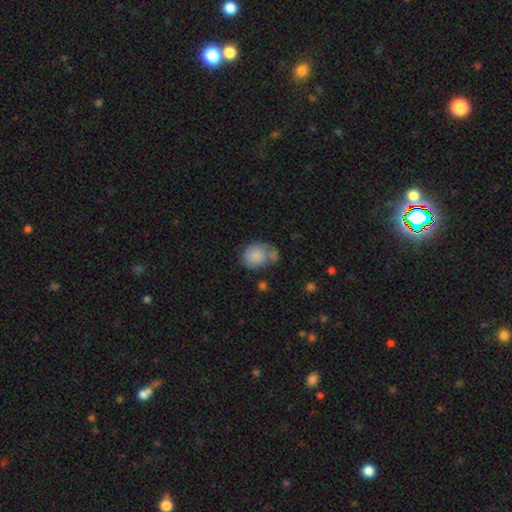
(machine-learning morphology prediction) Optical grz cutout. It shows a smooth galaxy with no disk features (83%) that is round (56%). Merging: none (46%).